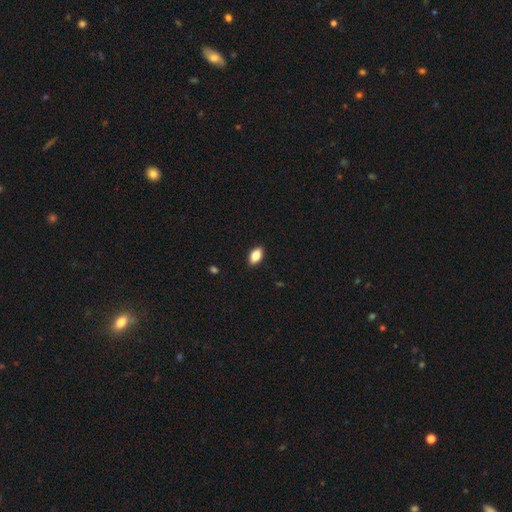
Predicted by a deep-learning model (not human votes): This is clearly a smooth galaxy (82%). How rounded: clearly in between (90%). Merging: clearly none (90%).